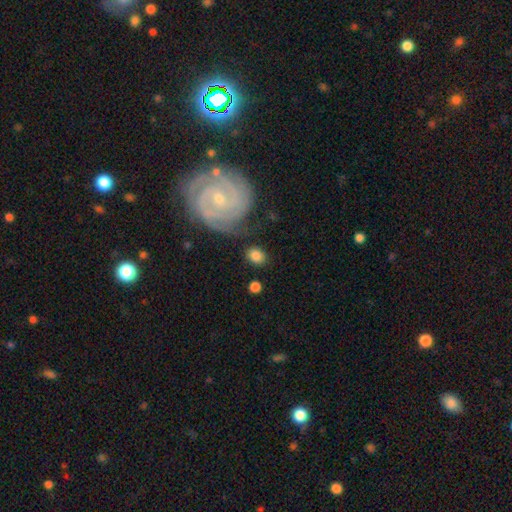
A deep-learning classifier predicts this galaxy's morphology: A smooth galaxy with no disk features (79%) that is round (53%).

Vote fractions:
- Smooth or featured? smooth: 79% / featured or disk: 14% / star or artifact: 7%
- How rounded? round: 53% / in between: 46% / cigar-shaped: 1%
- Merging? none: 77% / minor disturbance: 13% / major disturbance: 5% / merger: 5%